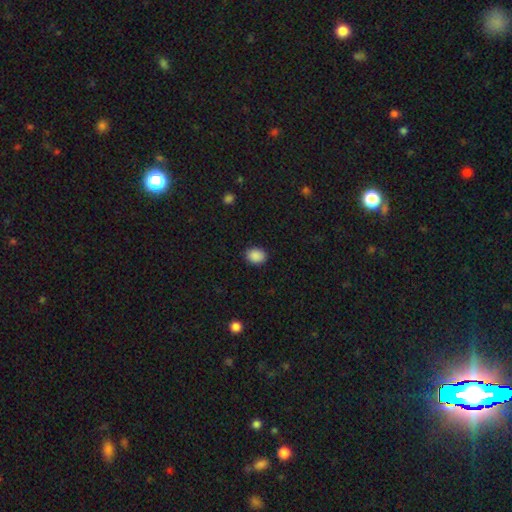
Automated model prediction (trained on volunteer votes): Q: Smooth or featured?
A: smooth (88%); runner-up: star or artifact (9%)
Q: How rounded?
A: in between (52%); runner-up: round (47%)
Q: Merging?
A: none (88%); runner-up: minor disturbance (9%)